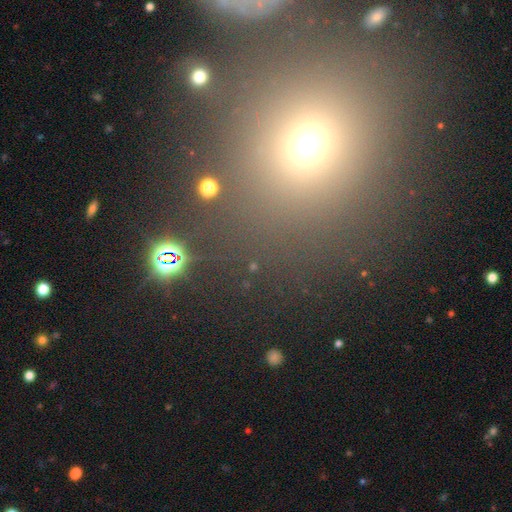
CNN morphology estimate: Q: Smooth or featured?
A: star or artifact (45%); runner-up: smooth (44%)